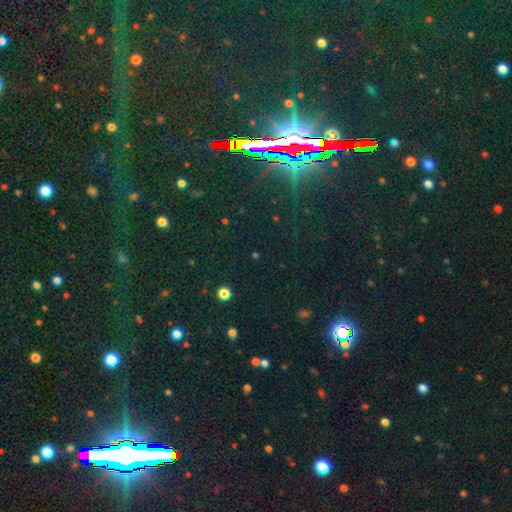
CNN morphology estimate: Smooth or featured?
  - star or artifact: 77% *
  - smooth: 16%
  - featured or disk: 7%